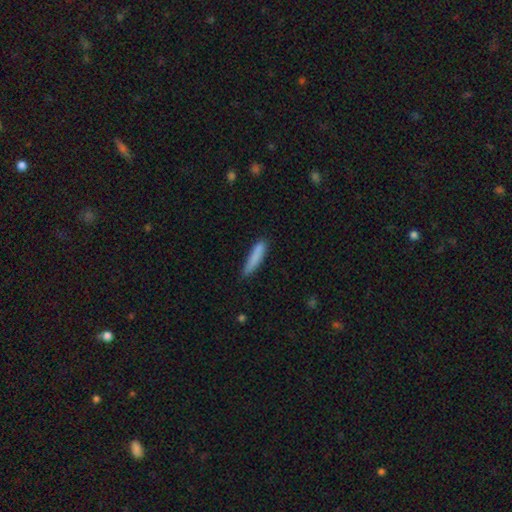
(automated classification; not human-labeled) This appears to be a smooth galaxy with no disk features (82%) that is cigar-shaped (87%). Merging: none (72%).